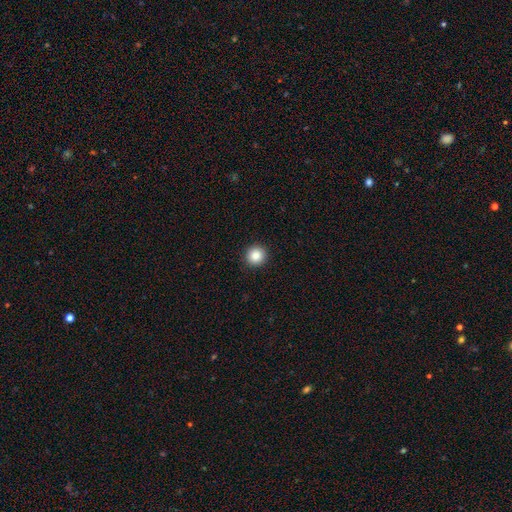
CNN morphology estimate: Smooth or featured? Predicted: smooth (p=0.86). How rounded? Predicted: round (p=0.94). Merging? Predicted: none (p=0.93).